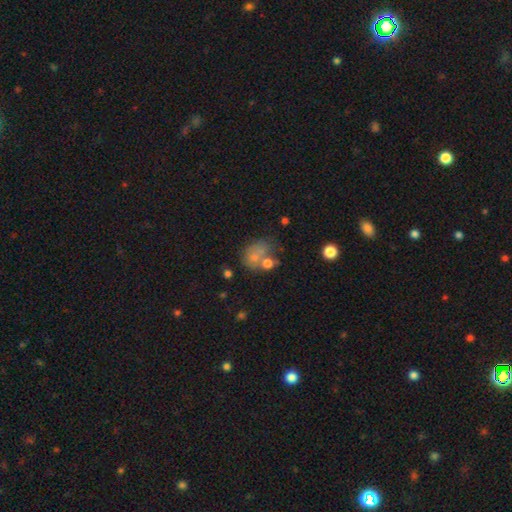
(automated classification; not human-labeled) A smooth galaxy with no disk features (68%) that is in between round and cigar-shaped (53%). Merging: none (34%).